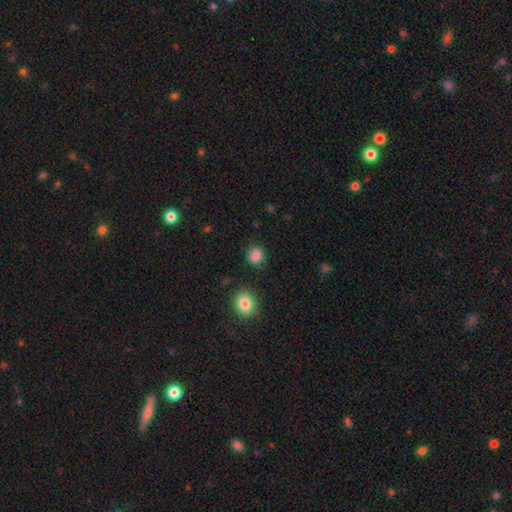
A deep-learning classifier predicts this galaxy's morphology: A smooth galaxy with no disk features (85%) that is round (81%). Merging: none (85%).